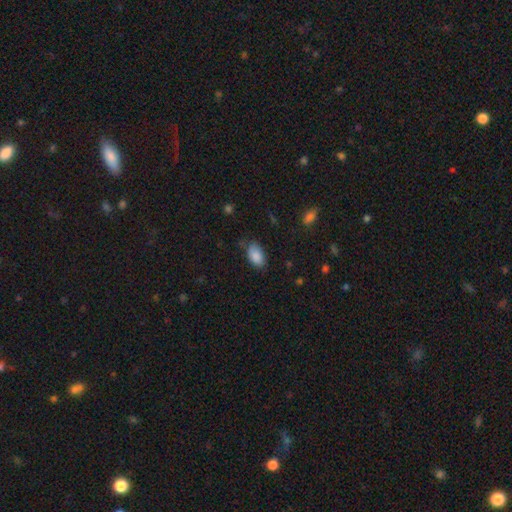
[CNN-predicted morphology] A smooth galaxy with no disk features (87%) that is in between round and cigar-shaped (93%). Merging: none (73%).